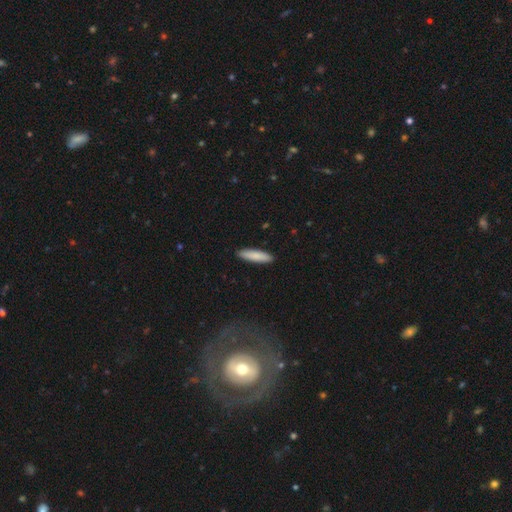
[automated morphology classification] smooth_or_featured: smooth (p=0.86) [alt: featured or disk p=0.09]
how_rounded: cigar-shaped (p=0.76) [alt: in between p=0.23]
merging: none (p=0.91) [alt: minor disturbance p=0.07]